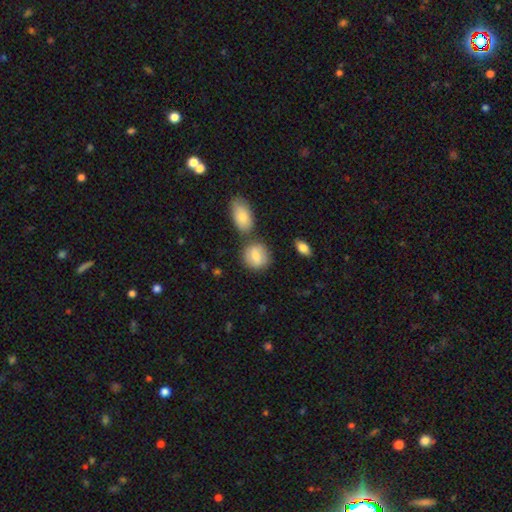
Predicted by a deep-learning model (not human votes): A smooth galaxy with no disk features (76%) that is round (73%). Merging: none (67%).